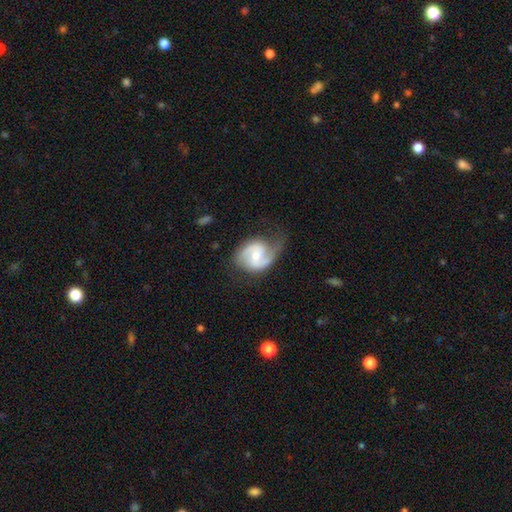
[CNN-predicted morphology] This is clearly a featured or disk galaxy (82%). It is clearly not viewed edge-on (98%). Bar: possibly weak (50%). Spiral arm pattern: clearly yes (96%). Spiral arm count: clearly 2 (81%). Spiral winding: possibly medium (52%). Central bulge: possibly moderate (51%). Merging: possibly none (56%).